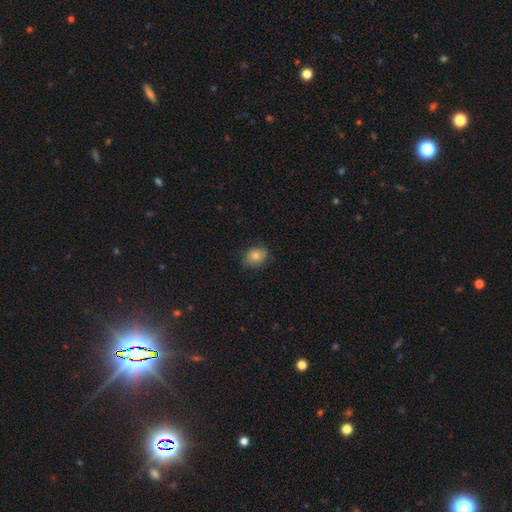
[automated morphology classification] smooth-or-featured: smooth: 77% | featured or disk: 14% | star or artifact: 9%
  how-rounded: round: 50% | in between: 49% | cigar-shaped: 1%
  merging: none: 80% | minor disturbance: 16% | major disturbance: 4% | merger: 1%